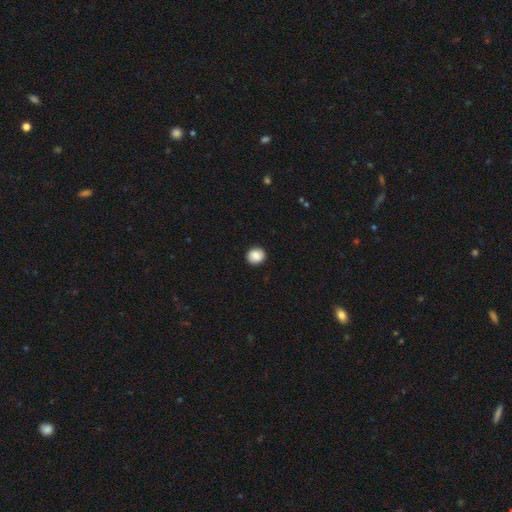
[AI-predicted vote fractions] Morphology: type=smooth (87%); roundness=round (80%); merging=none (90%).